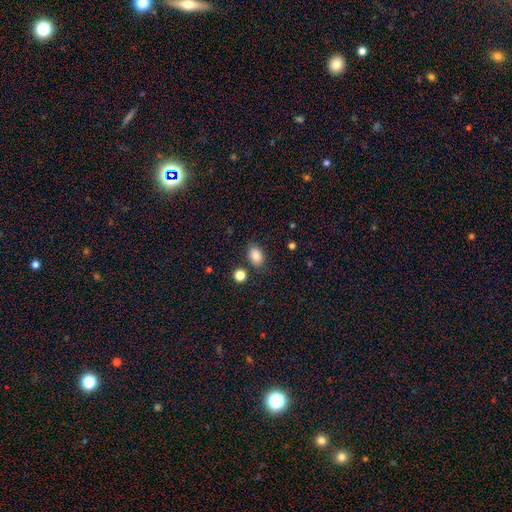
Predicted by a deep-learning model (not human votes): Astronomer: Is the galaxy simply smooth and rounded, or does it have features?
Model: smooth — 84%.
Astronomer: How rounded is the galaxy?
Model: in between — 79%.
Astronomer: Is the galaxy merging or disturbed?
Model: none — 80%.